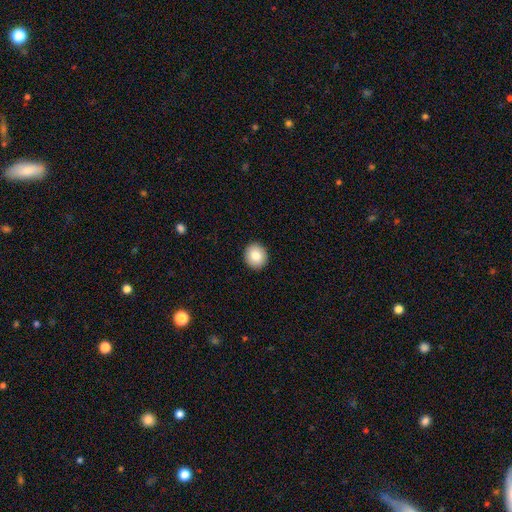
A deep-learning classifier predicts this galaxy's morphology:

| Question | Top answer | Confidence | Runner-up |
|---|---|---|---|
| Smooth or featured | smooth | 84% | star or artifact (8%) |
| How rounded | round | 84% | in between (15%) |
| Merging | none | 92% | minor disturbance (5%) |